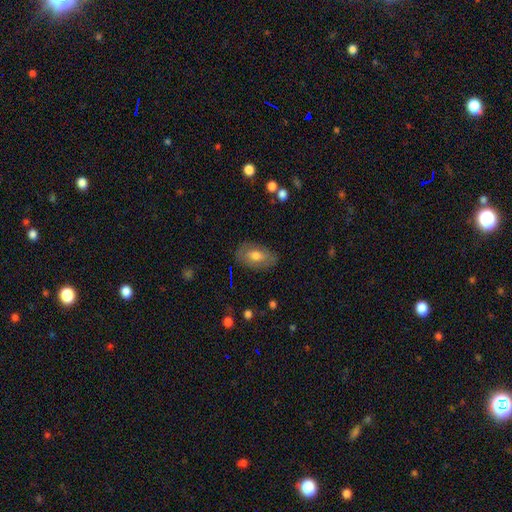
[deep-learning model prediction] smooth-or-featured: smooth: 64% | featured or disk: 29% | star or artifact: 7%
  how-rounded: in between: 91% | round: 6% | cigar-shaped: 3%
  merging: none: 80% | minor disturbance: 14% | major disturbance: 4% | merger: 1%